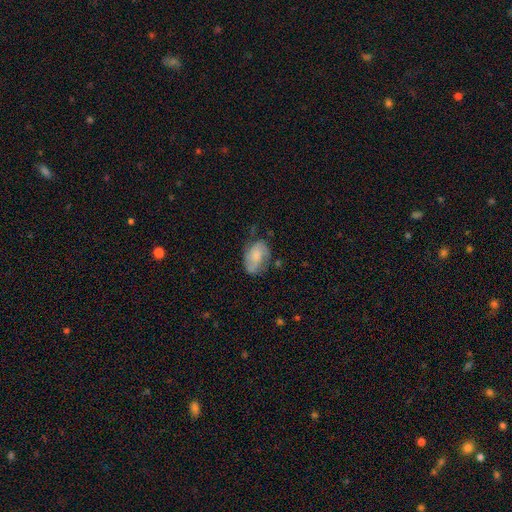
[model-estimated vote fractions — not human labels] The model was most divided on "smooth or featured": featured or disk: 49%, smooth: 43%, star or artifact: 8%. More confident: merging — none (52%).